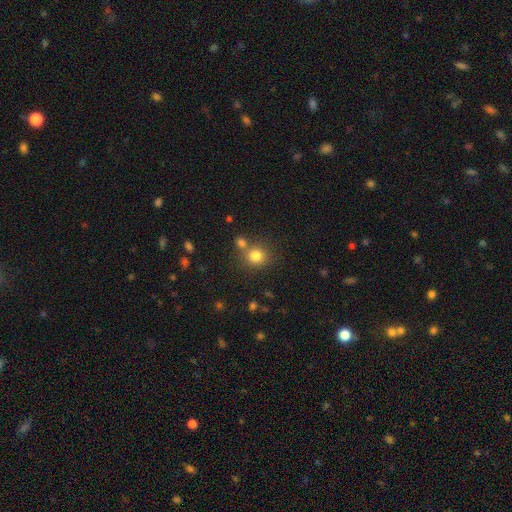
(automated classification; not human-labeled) Q: Smooth or featured?
A: smooth (81%); runner-up: star or artifact (12%)
Q: How rounded?
A: round (85%); runner-up: in between (14%)
Q: Merging?
A: none (62%); runner-up: merger (25%)